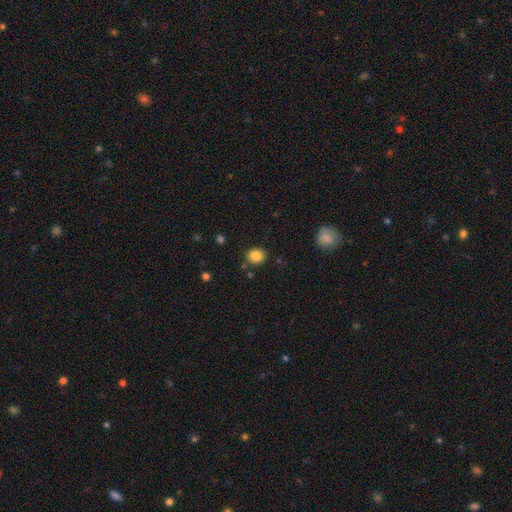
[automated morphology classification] smooth-or-featured: smooth: 85% | star or artifact: 10% | featured or disk: 4%
  how-rounded: round: 79% | in between: 20% | cigar-shaped: 1%
  merging: none: 83% | minor disturbance: 10% | merger: 4% | major disturbance: 3%